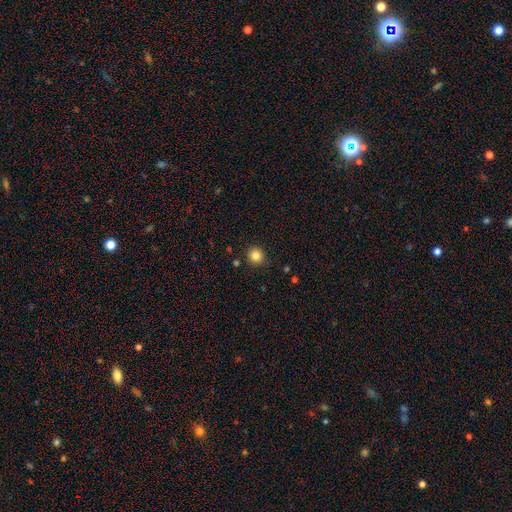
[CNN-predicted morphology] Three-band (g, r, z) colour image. It shows a smooth galaxy with no disk features (84%) that is round (91%). Merging: none (89%).